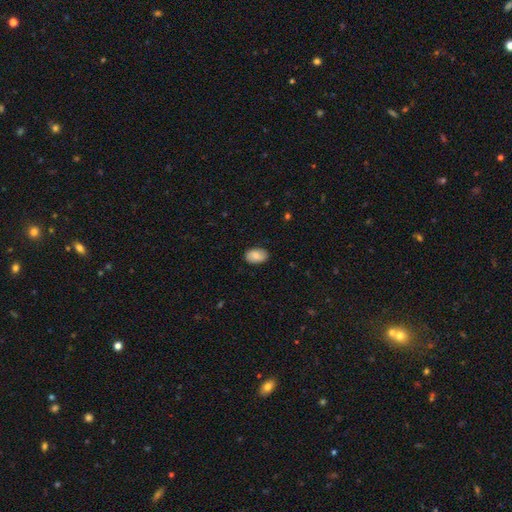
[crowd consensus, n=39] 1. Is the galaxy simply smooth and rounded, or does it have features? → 82% smooth, 10% featured or disk, 8% star or artifact.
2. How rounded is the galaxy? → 97% in between, 3% round, 0% cigar-shaped.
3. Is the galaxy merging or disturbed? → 92% none, 6% minor disturbance, 3% major disturbance, 0% merger.